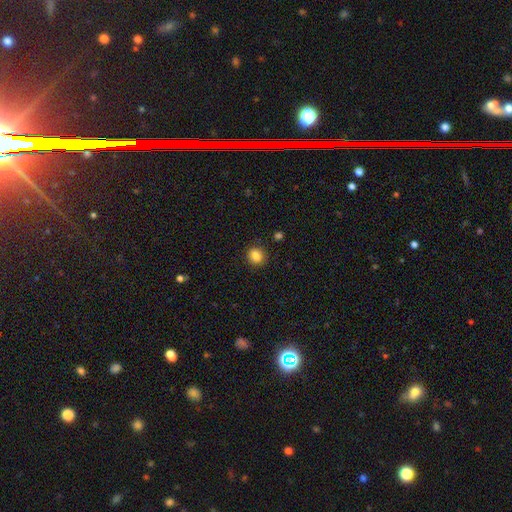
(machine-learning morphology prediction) type=smooth (85%); roundness=round (72%); merging=none (89%).